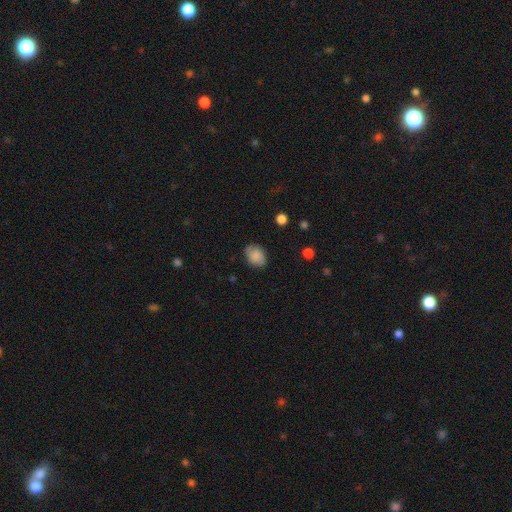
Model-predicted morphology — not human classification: smooth 78%, featured or disk 14%, star or artifact 9%. Down the decision tree: how rounded — in between (65%); merging — none (76%).